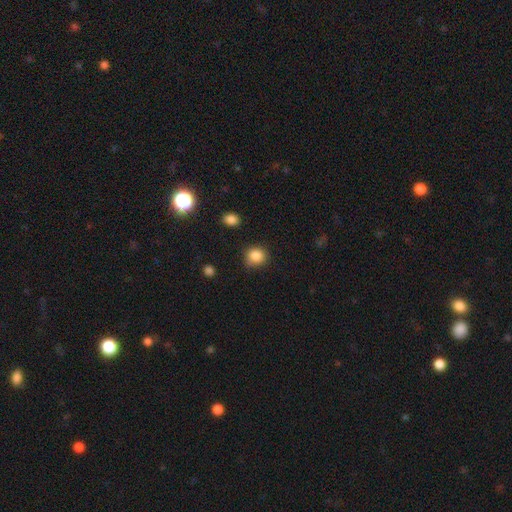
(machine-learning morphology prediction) smooth_or_featured: smooth (p=0.86) [alt: star or artifact p=0.10]
how_rounded: round (p=0.81) [alt: in between p=0.18]
merging: none (p=0.79) [alt: minor disturbance p=0.16]